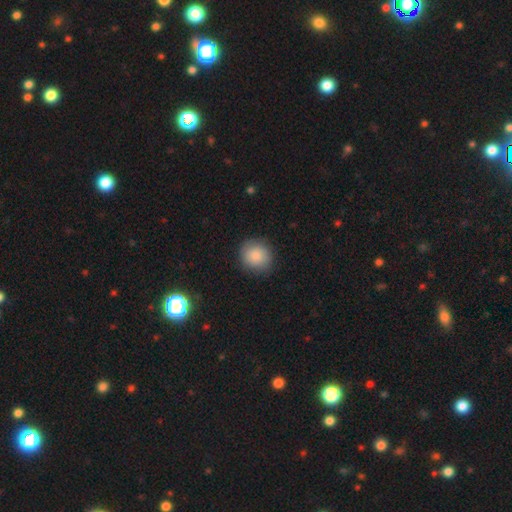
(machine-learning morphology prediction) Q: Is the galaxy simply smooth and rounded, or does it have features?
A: smooth — 85%.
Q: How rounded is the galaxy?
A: round — 88%.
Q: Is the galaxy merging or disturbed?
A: none — 86%.